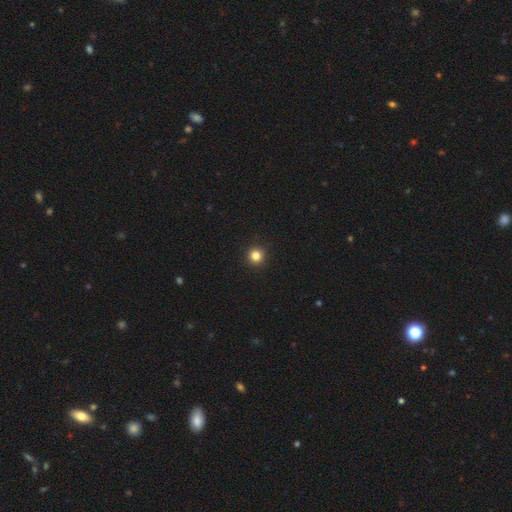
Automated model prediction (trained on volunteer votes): A smooth galaxy with no disk features (83%) that is round (95%). Merging: none (93%).